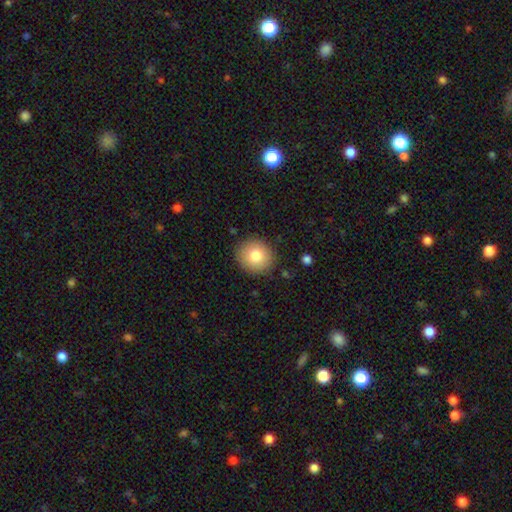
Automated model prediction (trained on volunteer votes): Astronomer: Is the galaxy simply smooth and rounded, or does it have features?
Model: smooth — 79%.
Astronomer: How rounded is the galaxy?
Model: round — 88%.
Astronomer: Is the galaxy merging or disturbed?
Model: none — 89%.